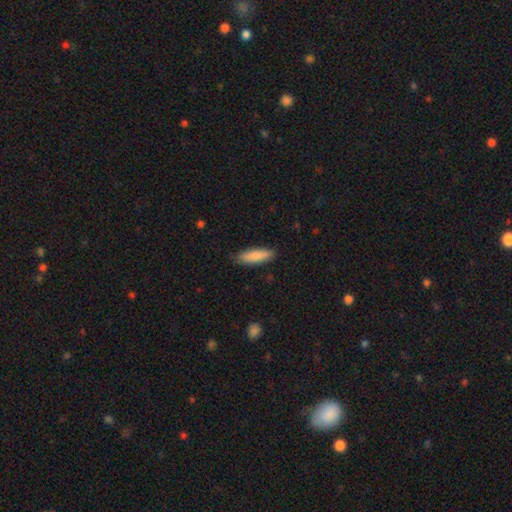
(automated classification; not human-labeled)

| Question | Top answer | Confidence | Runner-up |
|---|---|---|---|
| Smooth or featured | smooth | 85% | featured or disk (9%) |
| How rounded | cigar-shaped | 58% | in between (40%) |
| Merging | none | 84% | minor disturbance (13%) |